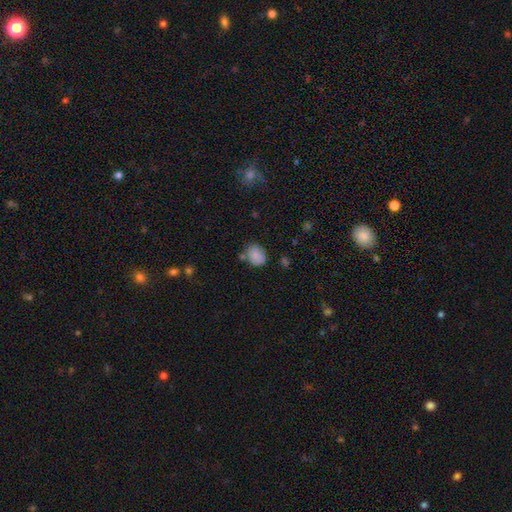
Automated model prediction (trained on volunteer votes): A smooth galaxy with no disk features (83%) that is round (51%).

Vote fractions:
- Smooth or featured? smooth: 83% / star or artifact: 9% / featured or disk: 8%
- How rounded? round: 51% / in between: 48% / cigar-shaped: 1%
- Merging? none: 66% / minor disturbance: 21% / merger: 9% / major disturbance: 5%